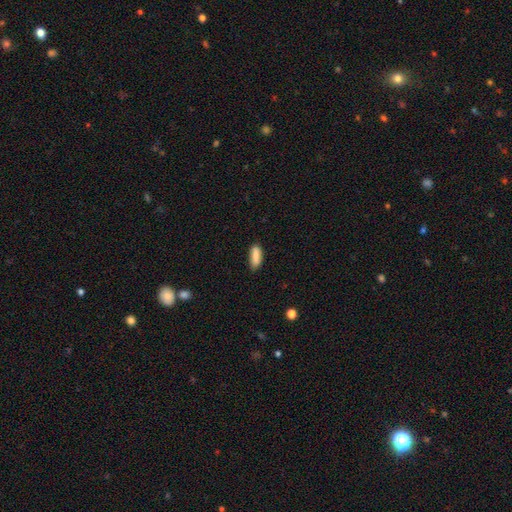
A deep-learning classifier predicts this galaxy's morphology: Smooth or featured?
  - smooth: 86% *
  - star or artifact: 7%
  - featured or disk: 6%
How rounded?
  - in between: 62% *
  - cigar-shaped: 36%
  - round: 2%
Merging?
  - none: 79% *
  - minor disturbance: 16%
  - major disturbance: 3%
  - merger: 2%